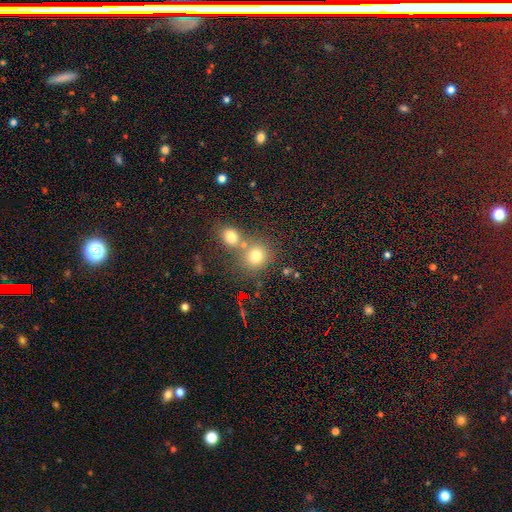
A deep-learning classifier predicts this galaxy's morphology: Overall: smooth (74%). How rounded: round (83%). Merging: none (57%; merger 31%).